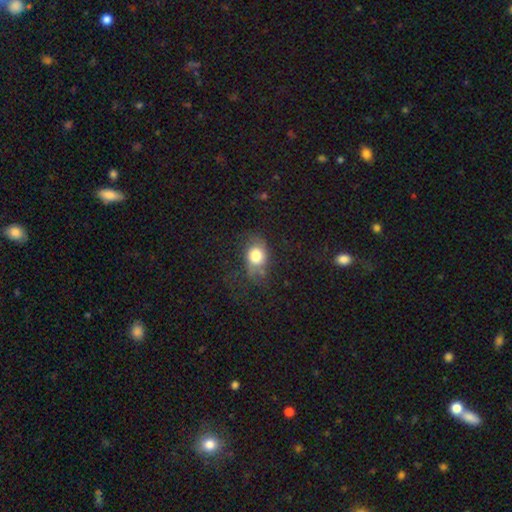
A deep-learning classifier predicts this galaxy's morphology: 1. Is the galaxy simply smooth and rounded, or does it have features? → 75% smooth, 15% featured or disk, 10% star or artifact.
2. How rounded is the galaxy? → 50% in between, 48% round, 1% cigar-shaped.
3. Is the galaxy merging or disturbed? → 56% none, 26% minor disturbance, 16% major disturbance, 3% merger.